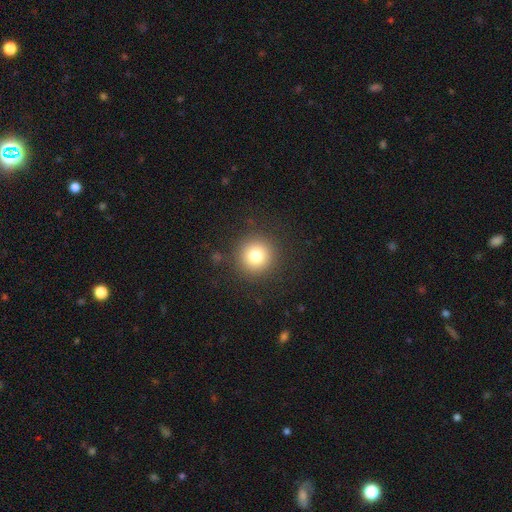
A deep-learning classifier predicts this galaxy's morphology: A smooth galaxy with no disk features (79%) that is round (95%).

Vote fractions:
- Smooth or featured? smooth: 79% / star or artifact: 12% / featured or disk: 9%
- How rounded? round: 95% / in between: 4% / cigar-shaped: 1%
- Merging? none: 90% / minor disturbance: 6% / major disturbance: 3% / merger: 1%